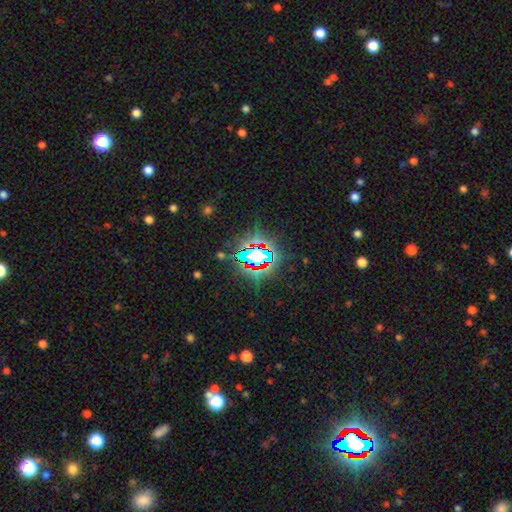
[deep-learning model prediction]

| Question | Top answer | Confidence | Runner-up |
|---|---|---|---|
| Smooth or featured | star or artifact | 74% | smooth (15%) |